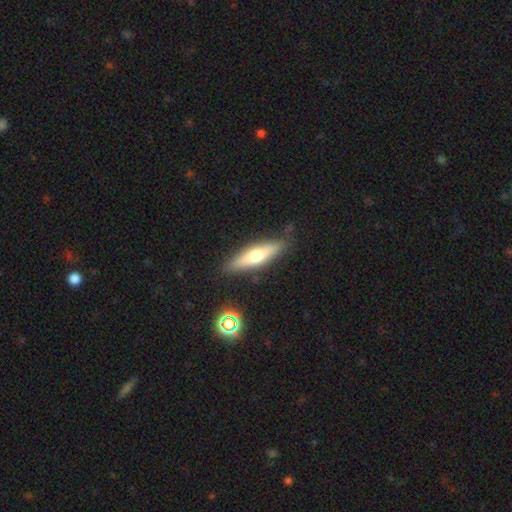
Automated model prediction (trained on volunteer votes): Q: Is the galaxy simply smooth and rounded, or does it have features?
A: smooth — 54%.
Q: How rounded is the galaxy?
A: cigar-shaped — 71%.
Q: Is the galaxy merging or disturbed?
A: none — 84%.